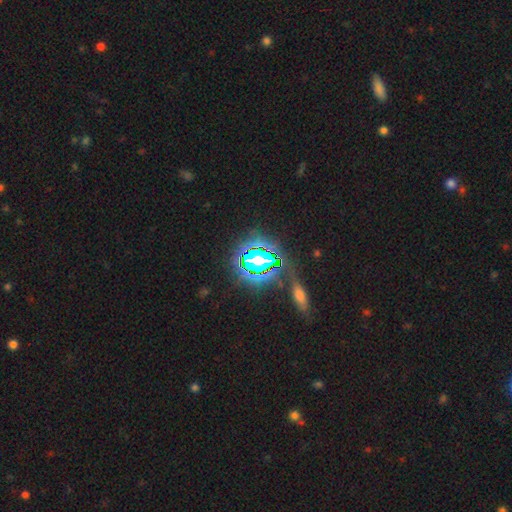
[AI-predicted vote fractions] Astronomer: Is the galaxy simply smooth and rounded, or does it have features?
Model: star or artifact — 76%.